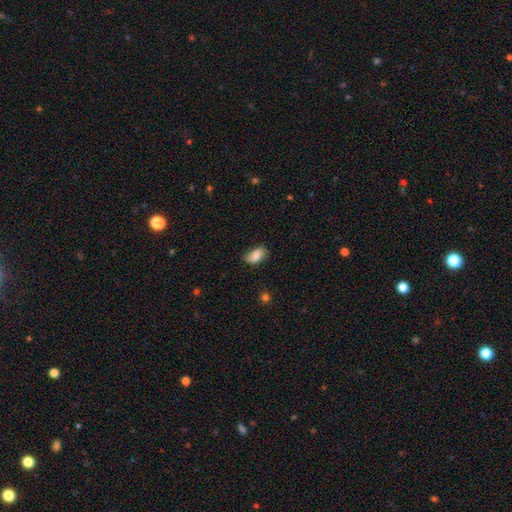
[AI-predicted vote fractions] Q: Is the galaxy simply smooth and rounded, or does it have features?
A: smooth — 76%.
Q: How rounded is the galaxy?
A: in between — 91%.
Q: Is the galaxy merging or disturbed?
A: none — 74%.